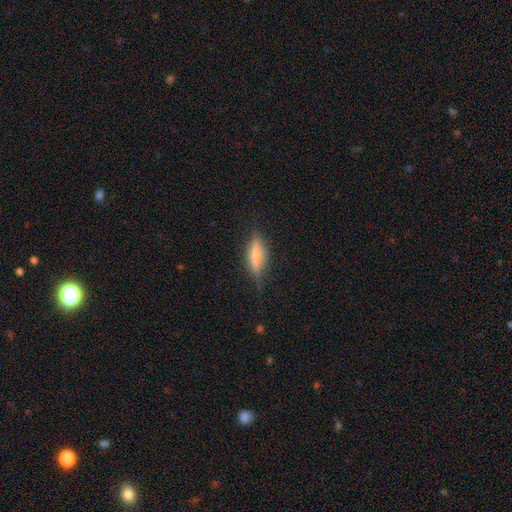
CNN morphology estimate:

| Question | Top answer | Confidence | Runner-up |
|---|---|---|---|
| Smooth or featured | featured or disk | 46% | tied: smooth (46%) |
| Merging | none | 75% | minor disturbance (18%) |